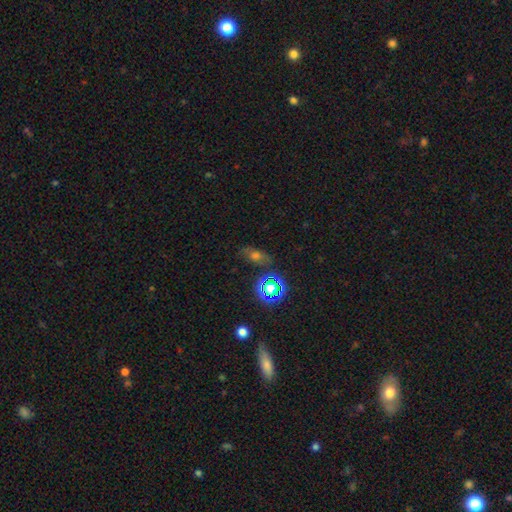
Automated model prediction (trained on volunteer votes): The model was most divided on "smooth or featured": smooth: 40%, star or artifact: 39%, featured or disk: 21%. More confident: merging — none (78%).